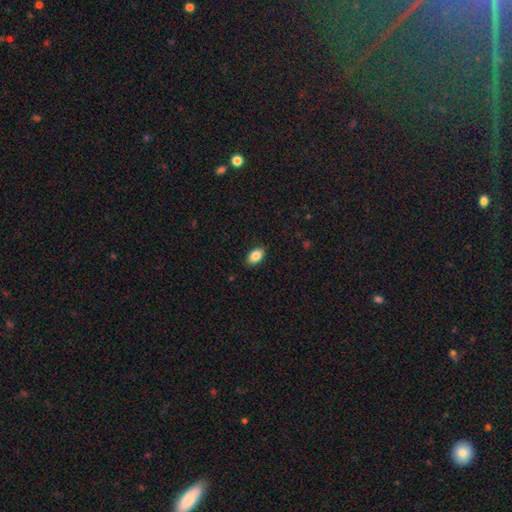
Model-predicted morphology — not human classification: Overall: smooth (86%). How rounded: in between (90%). Merging: none (87%).